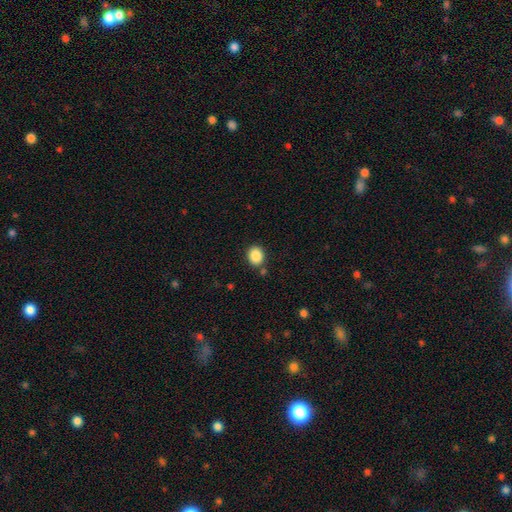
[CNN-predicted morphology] This appears to be a smooth galaxy with no disk features (88%) that is round (56%). Merging: none (81%).